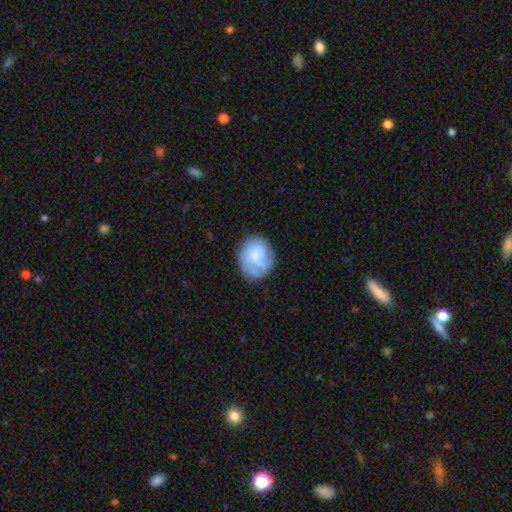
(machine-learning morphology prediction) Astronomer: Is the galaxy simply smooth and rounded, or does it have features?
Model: smooth — 53% (runner-up: featured or disk, 40%).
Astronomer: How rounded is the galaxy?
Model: round — 63%.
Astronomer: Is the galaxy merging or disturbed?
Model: none — 60%.